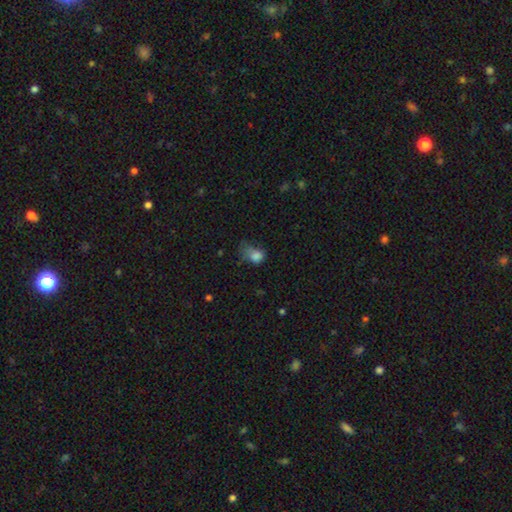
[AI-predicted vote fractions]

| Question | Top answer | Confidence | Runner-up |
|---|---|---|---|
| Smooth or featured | smooth | 77% | star or artifact (12%) |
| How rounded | in between | 59% | round (39%) |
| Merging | major disturbance | 39% | minor disturbance (33%) |